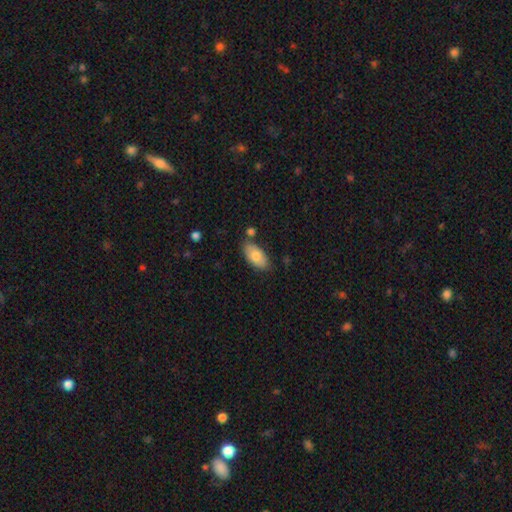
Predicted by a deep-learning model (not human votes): The model was most divided on "merging": none: 74%, minor disturbance: 16%, merger: 7%, major disturbance: 3%. More confident: how rounded — in between (93%); smooth or featured — smooth (80%).